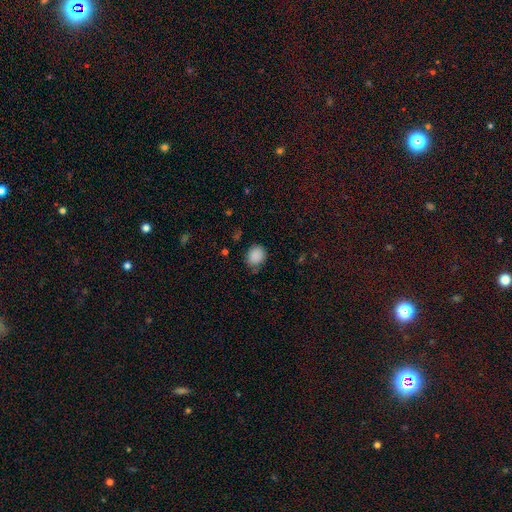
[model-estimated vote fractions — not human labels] smooth-or-featured: smooth: 88% | star or artifact: 9% | featured or disk: 3%
  how-rounded: round: 73% | in between: 26% | cigar-shaped: 1%
  merging: none: 75% | minor disturbance: 19% | major disturbance: 4% | merger: 2%